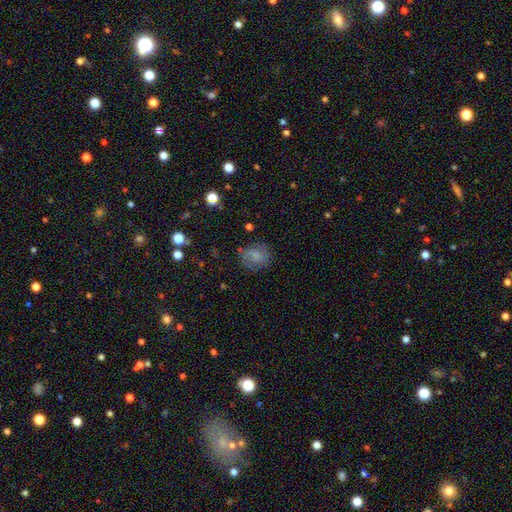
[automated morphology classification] smooth_or_featured: smooth (p=0.65) [alt: featured or disk p=0.23]
how_rounded: round (p=0.70) [alt: in between p=0.29]
merging: none (p=0.68) [alt: minor disturbance p=0.21]